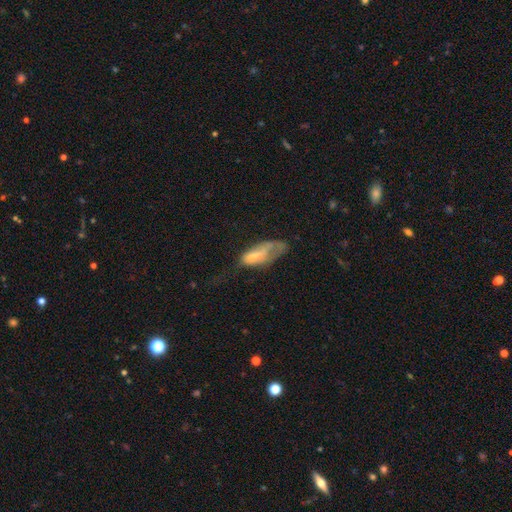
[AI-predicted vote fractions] A smooth galaxy with no disk features (55%) that is in between round and cigar-shaped (81%). Merging: major disturbance (46%).